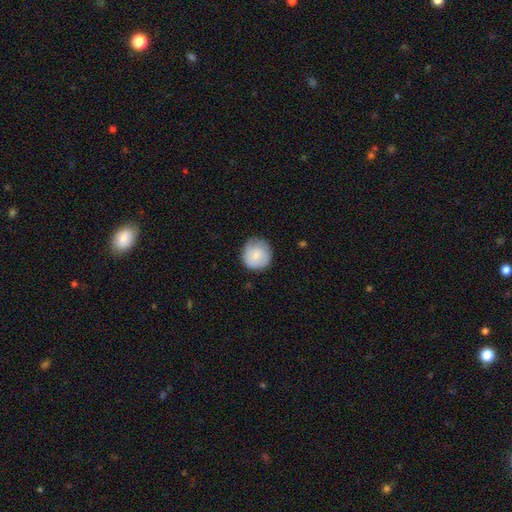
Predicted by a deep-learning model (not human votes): A smooth galaxy with no disk features (81%) that is round (93%).

Vote fractions:
- Smooth or featured? smooth: 81% / featured or disk: 13% / star or artifact: 6%
- How rounded? round: 93% / in between: 6% / cigar-shaped: 1%
- Merging? none: 78% / minor disturbance: 18% / major disturbance: 4% / merger: 1%